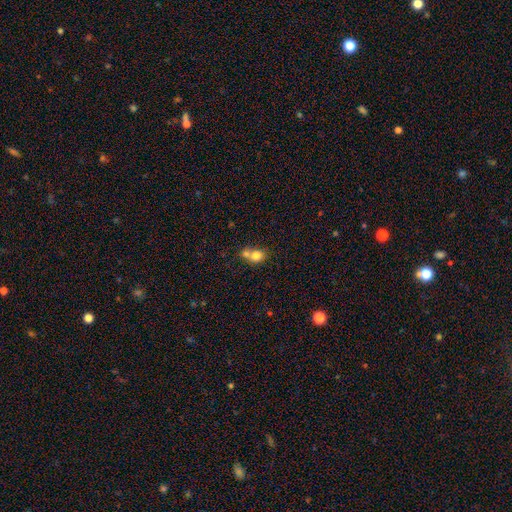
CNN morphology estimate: Smooth or featured?
  - smooth: 77% *
  - featured or disk: 12%
  - star or artifact: 10%
How rounded?
  - round: 71% *
  - in between: 28%
  - cigar-shaped: 1%
Merging?
  - merger: 59% *
  - none: 32%
  - minor disturbance: 7%
  - major disturbance: 3%